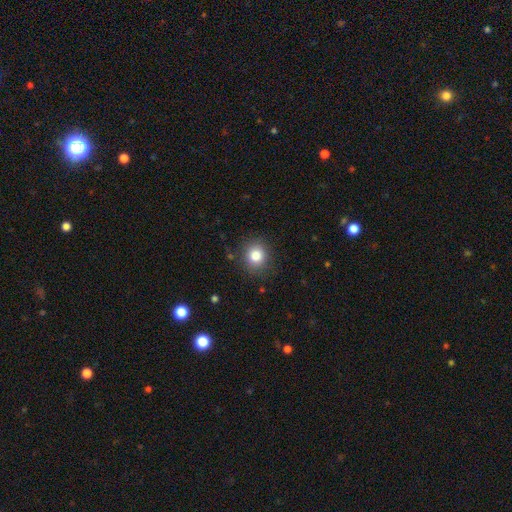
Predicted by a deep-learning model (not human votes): smooth 82%, star or artifact 11%, featured or disk 7%. Down the decision tree: how rounded — round (80%); merging — none (87%).